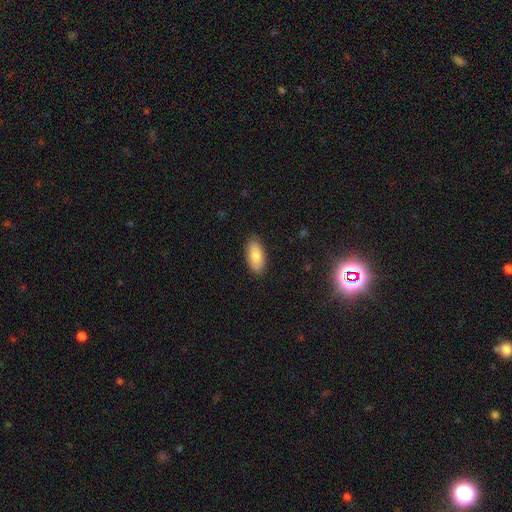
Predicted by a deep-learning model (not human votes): Morphology: type=smooth (82%); roundness=in between (91%); merging=none (87%).